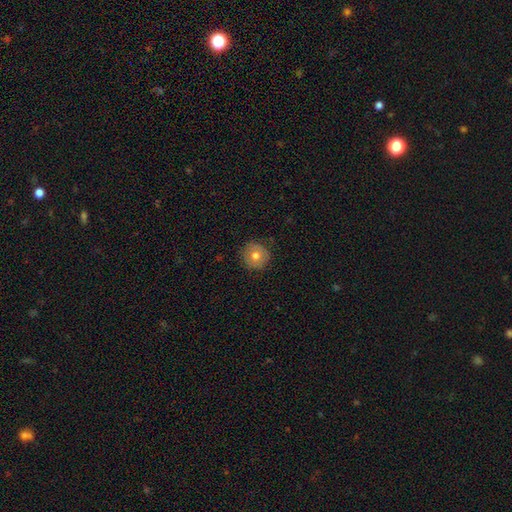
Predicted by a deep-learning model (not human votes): This appears to be a smooth galaxy with no disk features (69%) that is round (94%). Merging: none (87%).